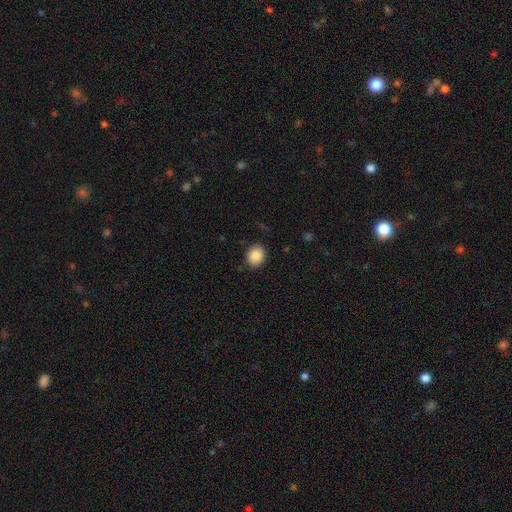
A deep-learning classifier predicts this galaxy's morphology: The model was most divided on "how rounded": round: 67%, in between: 32%, cigar-shaped: 1%. More confident: smooth or featured — smooth (88%); merging — none (86%).